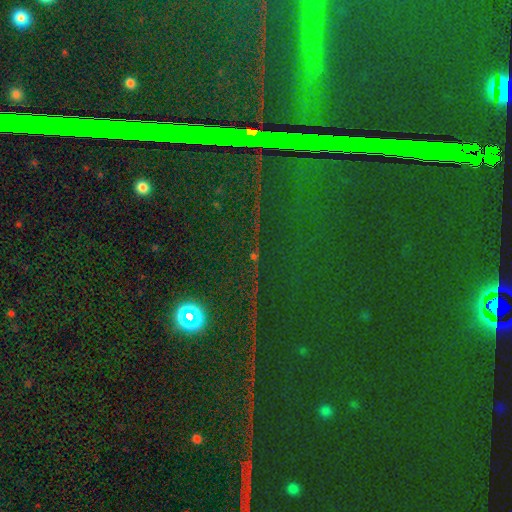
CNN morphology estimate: Smooth or featured? Predicted: star or artifact (p=0.81).